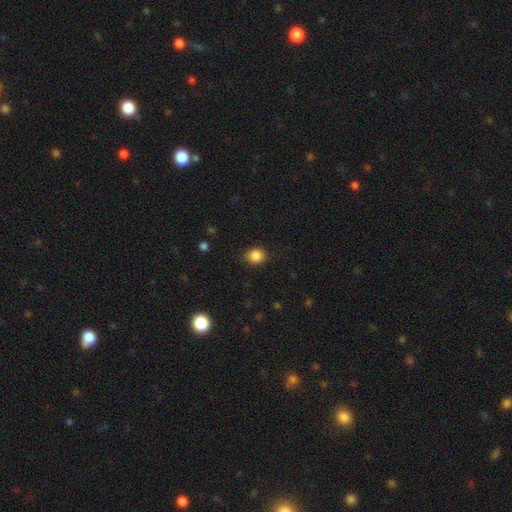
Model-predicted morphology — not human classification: Overall: smooth (87%). How rounded: round (66%; in between 33%). Merging: none (84%).